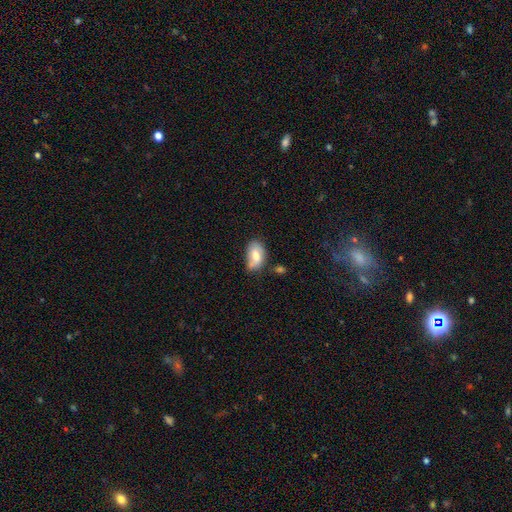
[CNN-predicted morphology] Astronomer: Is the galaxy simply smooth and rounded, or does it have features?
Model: smooth — 64%.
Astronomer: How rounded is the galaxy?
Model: in between — 89%.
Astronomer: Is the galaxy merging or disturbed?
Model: none — 48% (runner-up: minor disturbance, 33%).